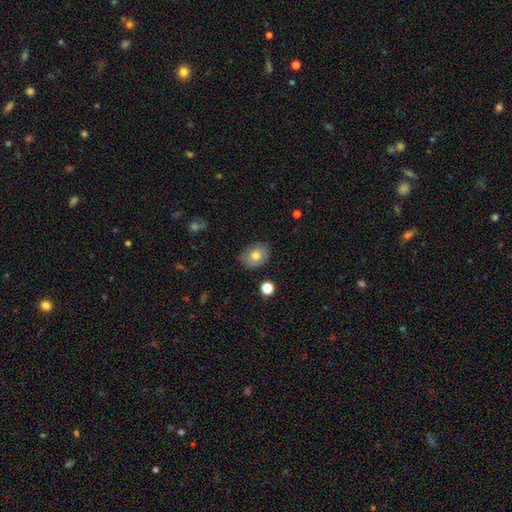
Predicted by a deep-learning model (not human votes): Smooth or featured? Predicted: smooth (p=0.78). How rounded? Predicted: in between (p=0.64). Merging? Predicted: none (p=0.81).